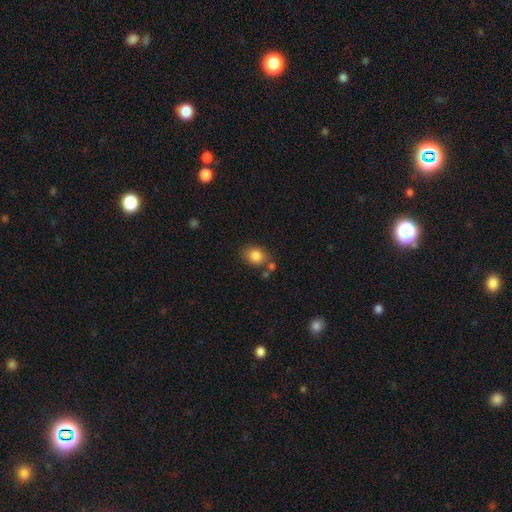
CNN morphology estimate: Smooth or featured: smooth — 85% (star or artifact — 9%)
How rounded: in between — 52% (round — 47%)
Merging: none — 67% (minor disturbance — 15%)